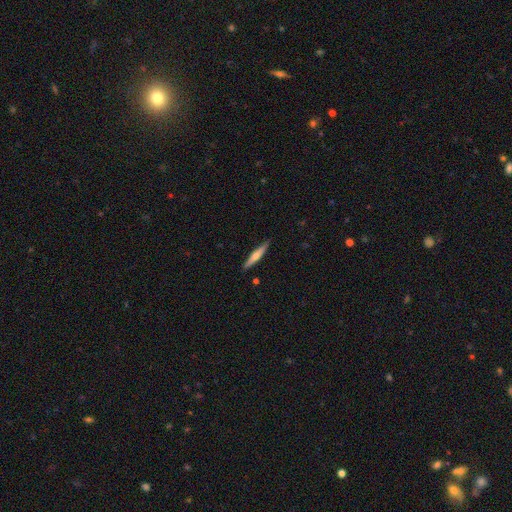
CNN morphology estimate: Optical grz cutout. It shows a featured or disk galaxy (52%) viewed edge-on (95%). Merging: none (90%).